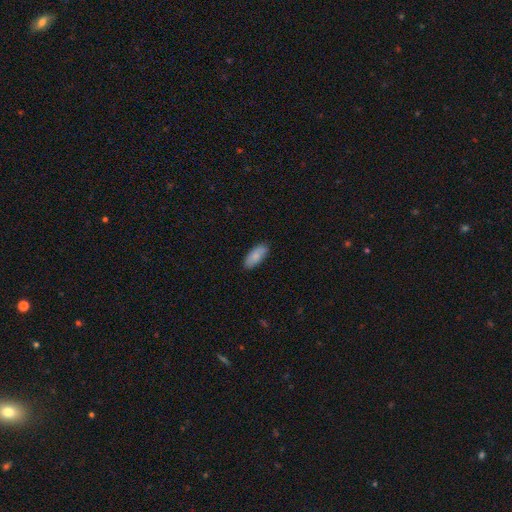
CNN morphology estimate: Q: Smooth or featured?
A: smooth (85%); runner-up: featured or disk (9%)
Q: How rounded?
A: in between (83%); runner-up: cigar-shaped (15%)
Q: Merging?
A: none (87%); runner-up: minor disturbance (10%)